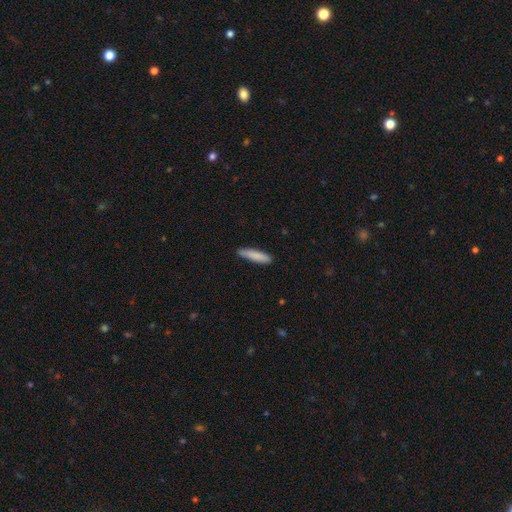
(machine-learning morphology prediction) A smooth galaxy with no disk features (86%) that is cigar-shaped (81%).

Vote fractions:
- Smooth or featured? smooth: 86% / featured or disk: 8% / star or artifact: 6%
- How rounded? cigar-shaped: 81% / in between: 17% / round: 1%
- Merging? none: 83% / minor disturbance: 14% / major disturbance: 2% / merger: 1%